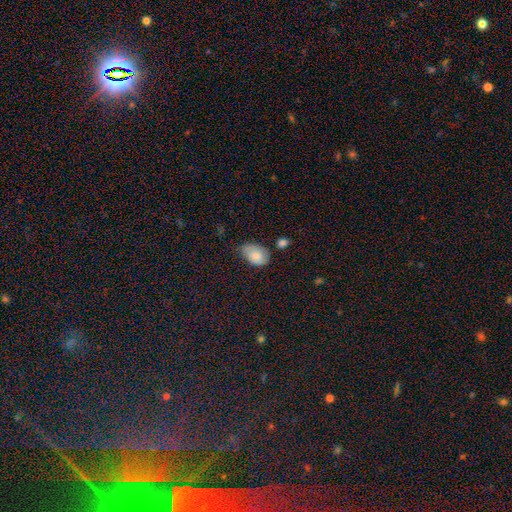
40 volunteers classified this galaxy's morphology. Q: Smooth or featured?
A: smooth (78%); runner-up: featured or disk (18%)
Q: How rounded?
A: in between (90%); runner-up: round (10%)
Q: Merging?
A: minor disturbance (61%); runner-up: none (24%)